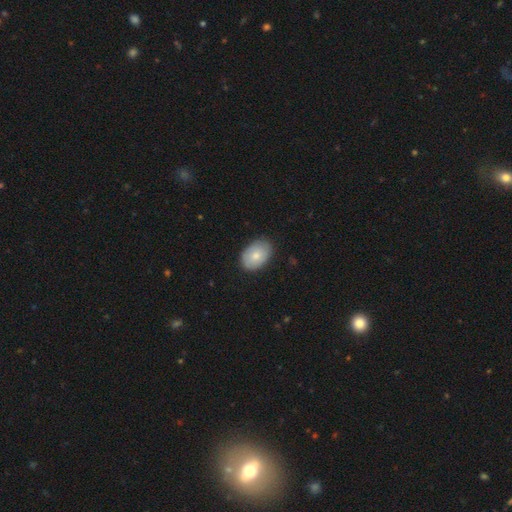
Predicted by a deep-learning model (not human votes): smooth-or-featured: smooth: 78% | featured or disk: 16% | star or artifact: 6%
  how-rounded: in between: 86% | round: 13% | cigar-shaped: 1%
  merging: none: 83% | minor disturbance: 14% | major disturbance: 2% | merger: 1%